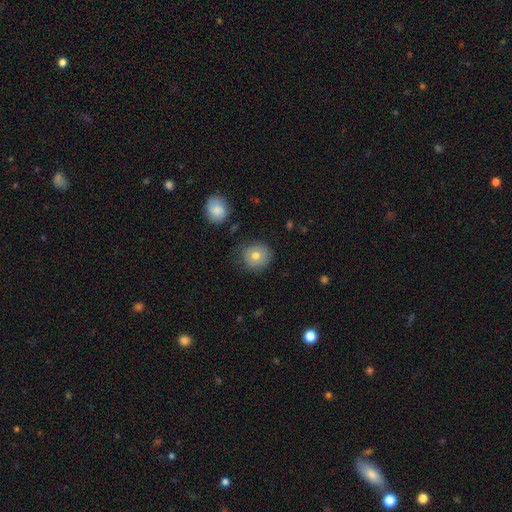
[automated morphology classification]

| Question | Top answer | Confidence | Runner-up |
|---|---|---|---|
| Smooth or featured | smooth | 72% | featured or disk (19%) |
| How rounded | round | 90% | in between (9%) |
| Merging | none | 77% | minor disturbance (17%) |